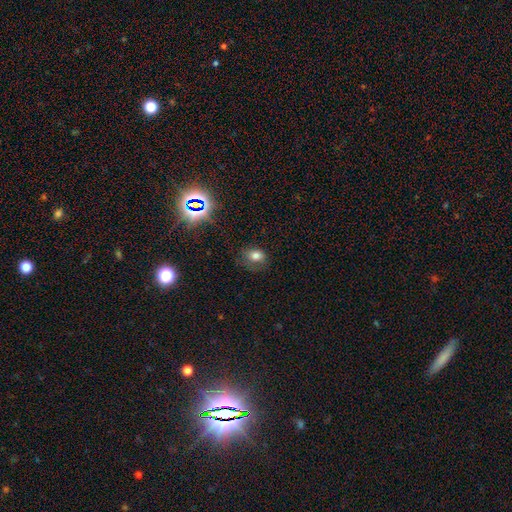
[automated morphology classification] A smooth galaxy with no disk features (76%) that is in between round and cigar-shaped (59%). Merging: none (61%).